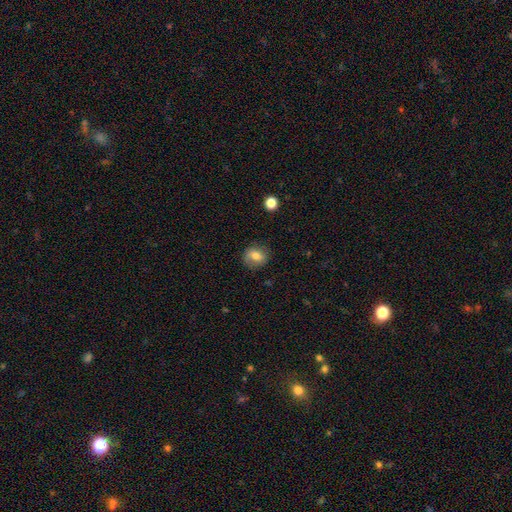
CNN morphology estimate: Smooth or featured: smooth — 74% (featured or disk — 16%)
How rounded: round — 64% (in between — 34%)
Merging: none — 78% (minor disturbance — 16%)